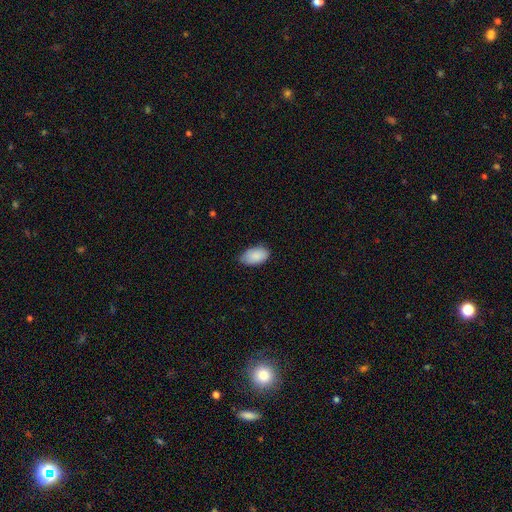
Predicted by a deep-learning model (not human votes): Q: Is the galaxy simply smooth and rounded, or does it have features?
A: smooth — 88%.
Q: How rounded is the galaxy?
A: in between — 94%.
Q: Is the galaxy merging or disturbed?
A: none — 71%.